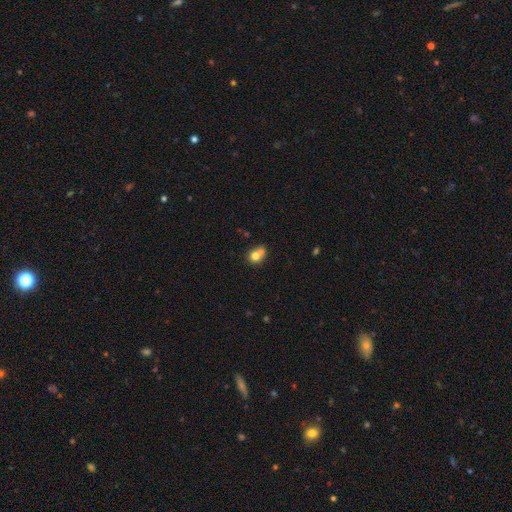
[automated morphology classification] This appears to be a smooth galaxy with no disk features (74%) that is round (70%). Merging: merger (43%).